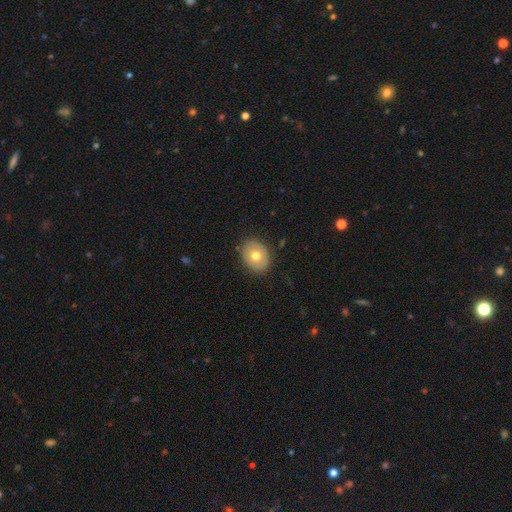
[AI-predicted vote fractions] This appears to be a smooth galaxy with no disk features (68%) that is in between round and cigar-shaped (53%). Merging: none (86%).